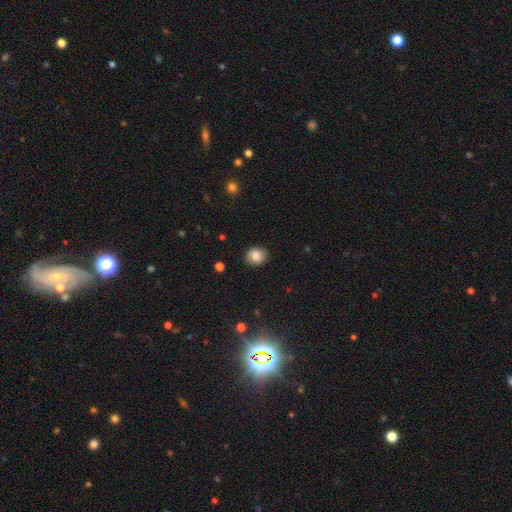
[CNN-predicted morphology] smooth-or-featured: smooth: 84% | star or artifact: 9% | featured or disk: 7%
  how-rounded: round: 75% | in between: 24% | cigar-shaped: 1%
  merging: none: 88% | minor disturbance: 9% | major disturbance: 2% | merger: 1%